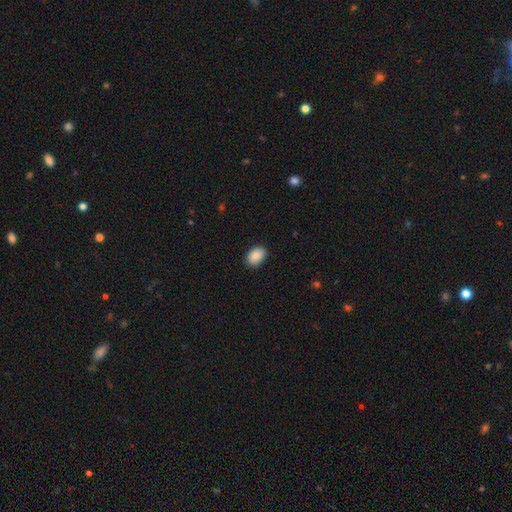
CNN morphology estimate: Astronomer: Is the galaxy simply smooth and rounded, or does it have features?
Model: smooth — 90%.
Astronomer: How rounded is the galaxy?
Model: in between — 83%.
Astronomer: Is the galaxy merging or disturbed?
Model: none — 87%.